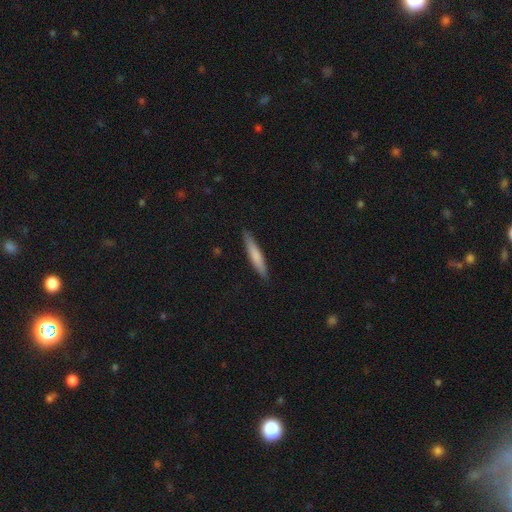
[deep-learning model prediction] The model was most divided on "smooth or featured": smooth: 73%, featured or disk: 21%, star or artifact: 5%. More confident: how rounded — cigar-shaped (93%); merging — none (89%).